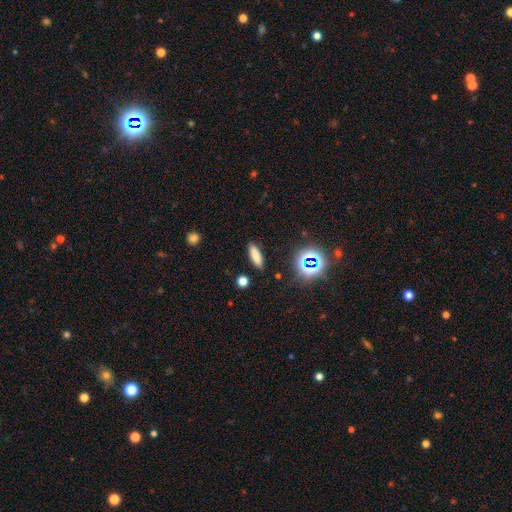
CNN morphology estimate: The model was most divided on "how rounded": cigar-shaped: 52%, in between: 44%, round: 4%. More confident: merging — none (88%); smooth or featured — smooth (76%).